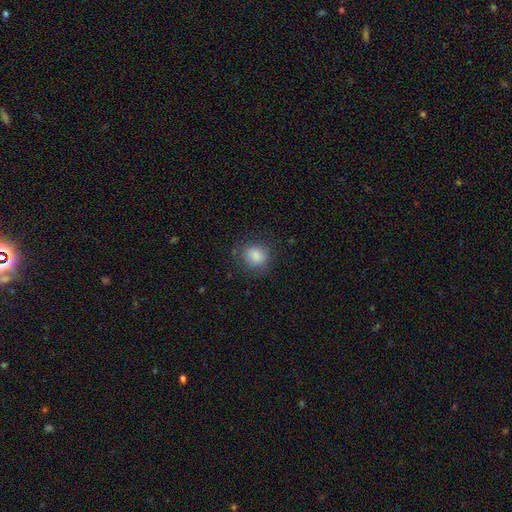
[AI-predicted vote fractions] smooth-or-featured: smooth: 85% | star or artifact: 9% | featured or disk: 6%
  how-rounded: round: 80% | in between: 19% | cigar-shaped: 1%
  merging: none: 78% | minor disturbance: 15% | major disturbance: 6% | merger: 1%